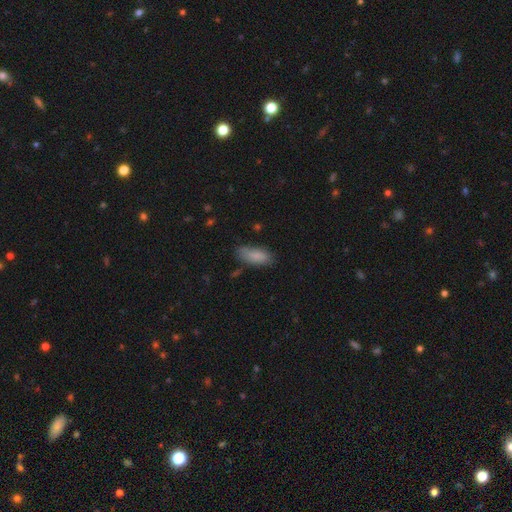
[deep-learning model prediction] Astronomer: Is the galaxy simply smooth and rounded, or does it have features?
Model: smooth — 83%.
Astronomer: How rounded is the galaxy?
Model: in between — 83%.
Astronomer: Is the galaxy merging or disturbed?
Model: none — 71%.